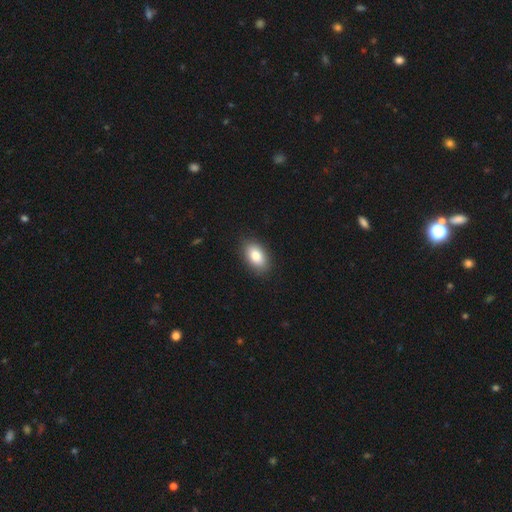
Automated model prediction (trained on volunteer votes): A smooth galaxy with no disk features (83%) that is in between round and cigar-shaped (91%).

Vote fractions:
- Smooth or featured? smooth: 83% / featured or disk: 9% / star or artifact: 7%
- How rounded? in between: 91% / round: 7% / cigar-shaped: 2%
- Merging? none: 88% / minor disturbance: 9% / major disturbance: 2% / merger: 1%